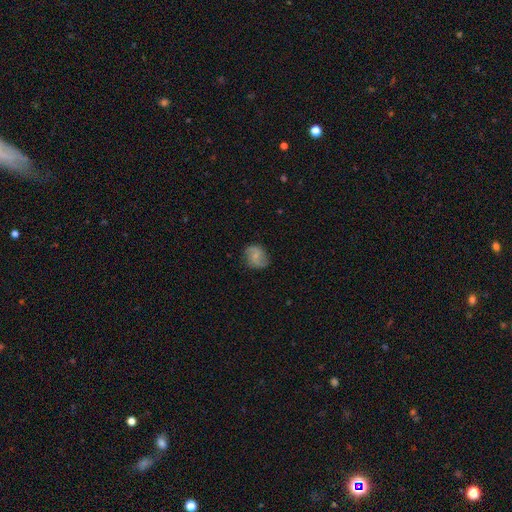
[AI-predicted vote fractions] Q: Smooth or featured?
A: featured or disk (53%); runner-up: smooth (39%)
Q: Edge-on disk?
A: no (97%); runner-up: yes (3%)
Q: Bar?
A: no (48%); runner-up: weak (42%)
Q: Spiral arms?
A: yes (89%); runner-up: no (11%)
Q: Bulge size?
A: small (50%); runner-up: moderate (25%)
Q: Merging?
A: none (78%); runner-up: minor disturbance (16%)